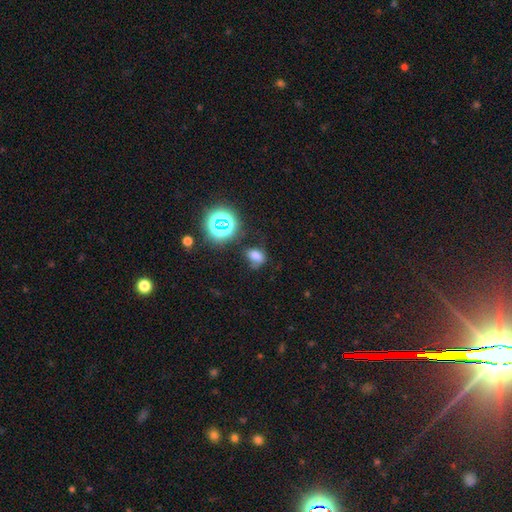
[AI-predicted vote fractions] A smooth galaxy with no disk features (67%) that is in between round and cigar-shaped (67%).

Vote fractions:
- Smooth or featured? smooth: 67% / star or artifact: 24% / featured or disk: 9%
- How rounded? in between: 67% / round: 31% / cigar-shaped: 2%
- Merging? none: 58% / minor disturbance: 25% / major disturbance: 11% / merger: 6%